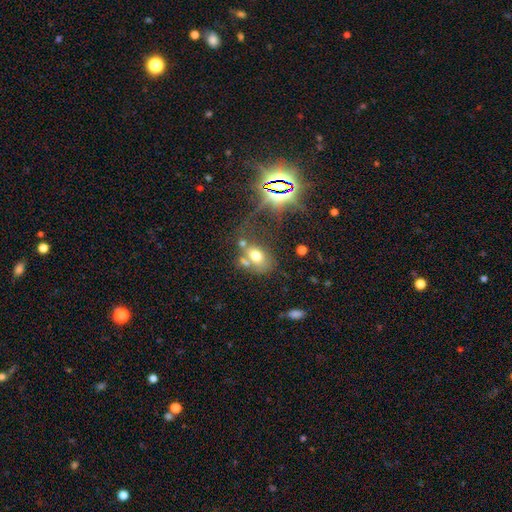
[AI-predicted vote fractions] The model was most divided on "merging": none: 41%, merger: 33%, minor disturbance: 15%, major disturbance: 12%. More confident: how rounded — in between (70%); smooth or featured — smooth (64%).